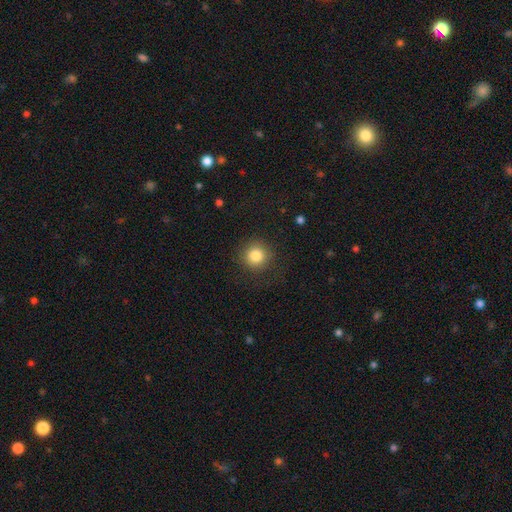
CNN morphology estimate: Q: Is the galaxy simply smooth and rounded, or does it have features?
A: smooth — 84%.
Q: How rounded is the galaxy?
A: round — 93%.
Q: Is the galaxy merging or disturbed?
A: none — 87%.